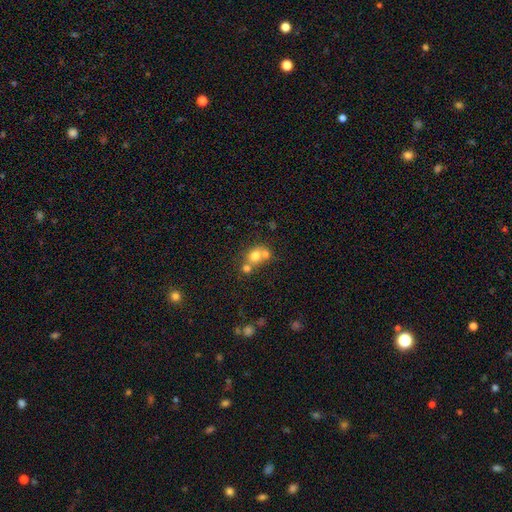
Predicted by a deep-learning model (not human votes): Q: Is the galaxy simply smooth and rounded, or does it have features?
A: smooth — 69%.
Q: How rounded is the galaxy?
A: round — 72%.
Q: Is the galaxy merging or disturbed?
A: merger — 55%.